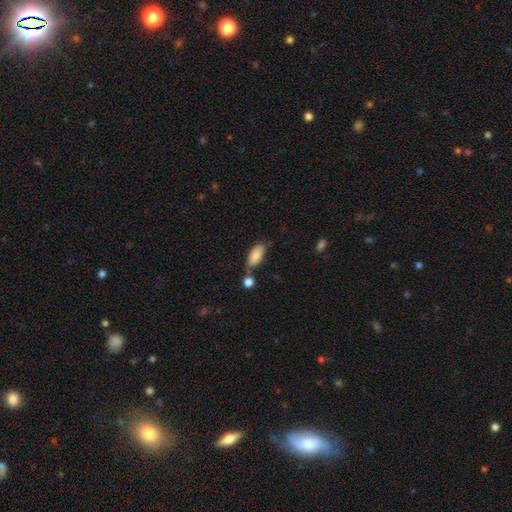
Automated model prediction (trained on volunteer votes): Smooth or featured?
  - smooth: 86% *
  - featured or disk: 8%
  - star or artifact: 6%
How rounded?
  - in between: 85% *
  - cigar-shaped: 13%
  - round: 2%
Merging?
  - none: 68% *
  - minor disturbance: 16%
  - merger: 12%
  - major disturbance: 4%